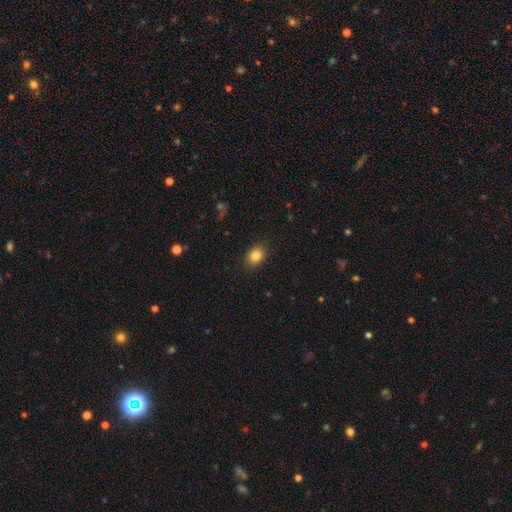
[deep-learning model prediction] This is clearly a smooth galaxy (85%). How rounded: possibly in between (58%). Merging: clearly none (88%).